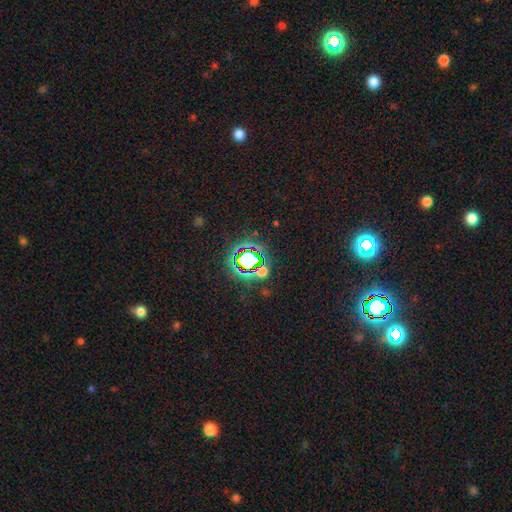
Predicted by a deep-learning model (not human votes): A star or artifact, not a galaxy (78%).